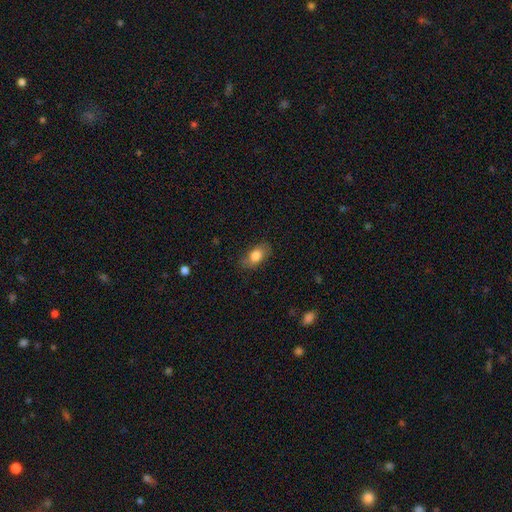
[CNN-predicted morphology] Q: Smooth or featured?
A: smooth (79%); runner-up: featured or disk (14%)
Q: How rounded?
A: in between (87%); runner-up: round (9%)
Q: Merging?
A: none (78%); runner-up: minor disturbance (17%)